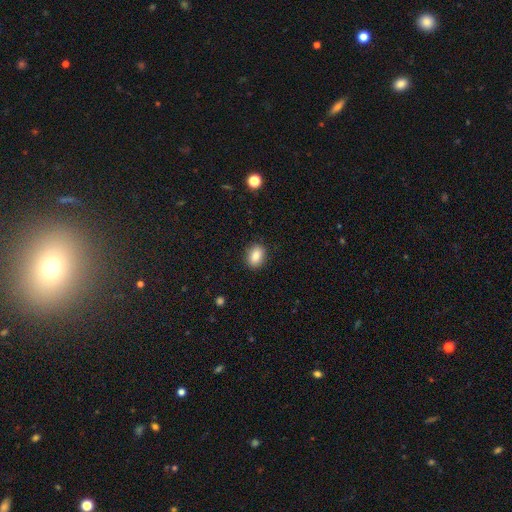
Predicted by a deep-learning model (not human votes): Q: Smooth or featured?
A: smooth (86%); runner-up: star or artifact (8%)
Q: How rounded?
A: in between (75%); runner-up: round (23%)
Q: Merging?
A: none (89%); runner-up: minor disturbance (8%)